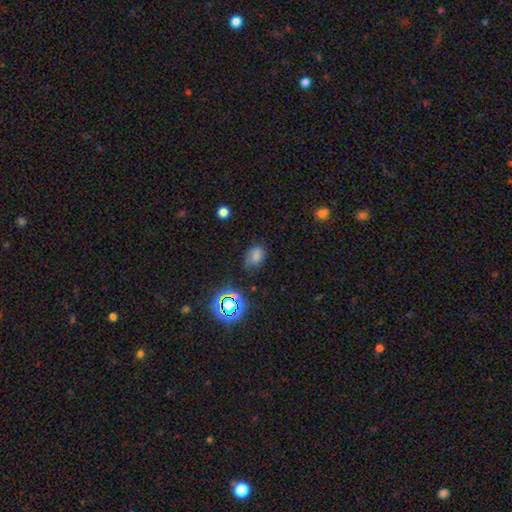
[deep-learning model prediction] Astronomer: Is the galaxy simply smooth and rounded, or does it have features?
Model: smooth — 69%.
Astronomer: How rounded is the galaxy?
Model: in between — 80%.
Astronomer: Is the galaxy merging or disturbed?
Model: none — 69%.